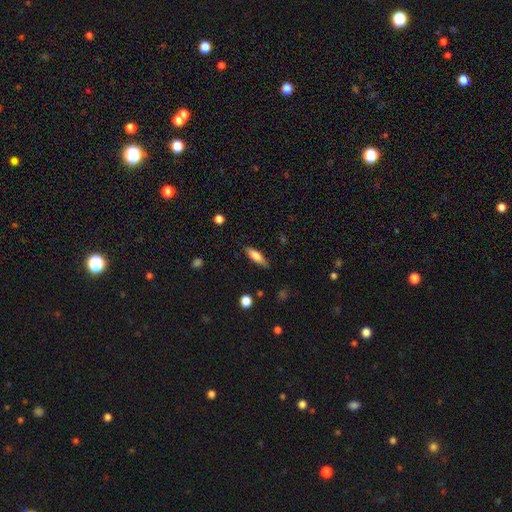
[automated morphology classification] This appears to be a smooth galaxy with no disk features (73%) that is cigar-shaped (53%). Merging: none (82%).